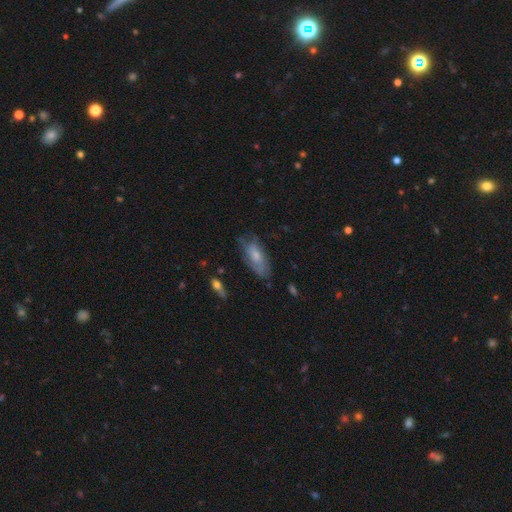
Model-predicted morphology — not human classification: Smooth or featured? smooth (52%)
How rounded? in between (80%)
Merging? none (61%)